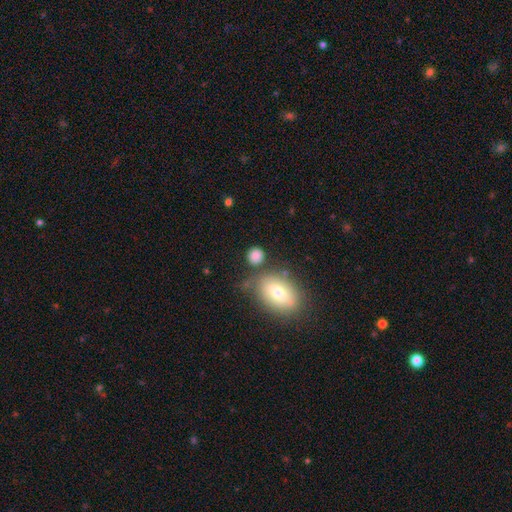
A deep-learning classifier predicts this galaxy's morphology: The model was most divided on "how rounded": round: 75%, in between: 23%, cigar-shaped: 2%. More confident: smooth or featured — smooth (84%); merging — none (74%).